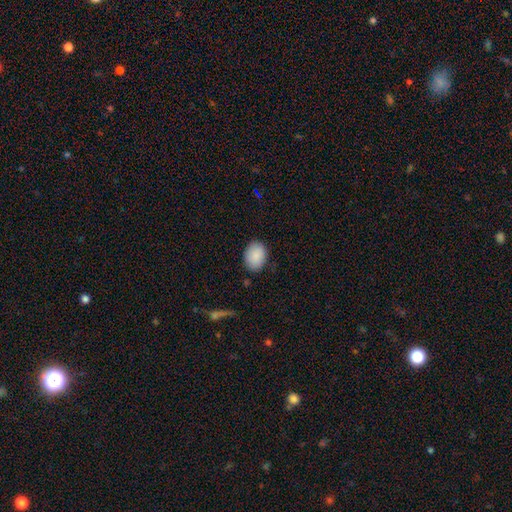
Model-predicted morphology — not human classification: smooth 89%, star or artifact 7%, featured or disk 4%. Down the decision tree: how rounded — in between (74%); merging — none (84%).